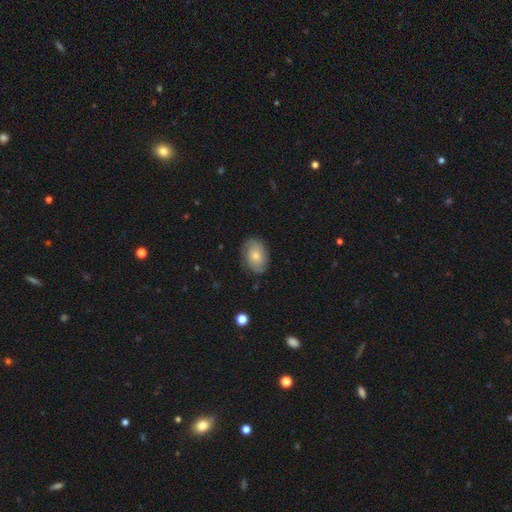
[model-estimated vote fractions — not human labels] smooth-or-featured: smooth: 53% | featured or disk: 39% | star or artifact: 7%
  how-rounded: in between: 78% | round: 21% | cigar-shaped: 1%
  merging: none: 77% | minor disturbance: 17% | major disturbance: 5% | merger: 1%